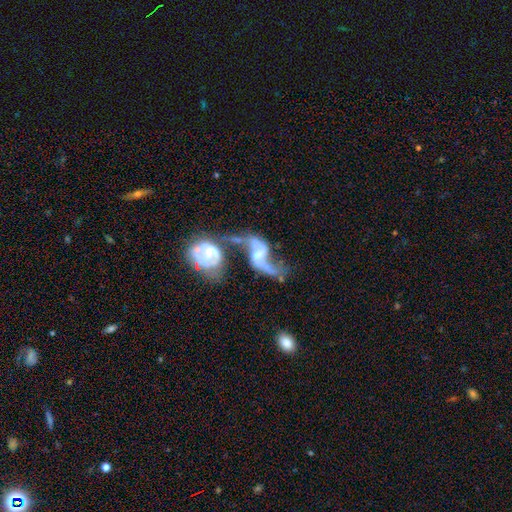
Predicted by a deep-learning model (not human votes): Smooth or featured?
  - featured or disk: 84% *
  - smooth: 9%
  - star or artifact: 7%
Edge-on disk?
  - no: 95% *
  - yes: 5%
Bar?
  - no: 42% *
  - weak: 41%
  - strong: 18%
Spiral arms?
  - yes: 90% *
  - no: 10%
Spiral winding?
  - loose: 81% *
  - medium: 15%
  - tight: 4%
Spiral arm count?
  - 2: 85% *
  - 1: 6%
  - can't tell: 5%
  - 3: 2%
  - 4: 1%
  - more than 4: 1%
Bulge size?
  - small: 43% *
  - moderate: 36%
  - none: 14%
  - large: 5%
  - dominant: 2%
Merging?
  - merger: 47% *
  - none: 23%
  - major disturbance: 18%
  - minor disturbance: 12%